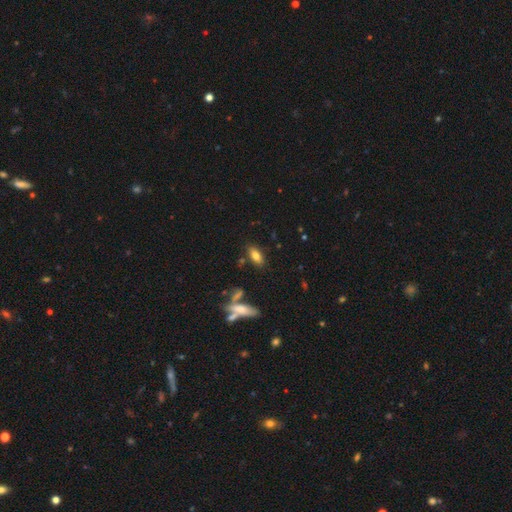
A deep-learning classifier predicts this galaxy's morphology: A smooth galaxy with no disk features (77%) that is in between round and cigar-shaped (84%). Merging: none (79%).